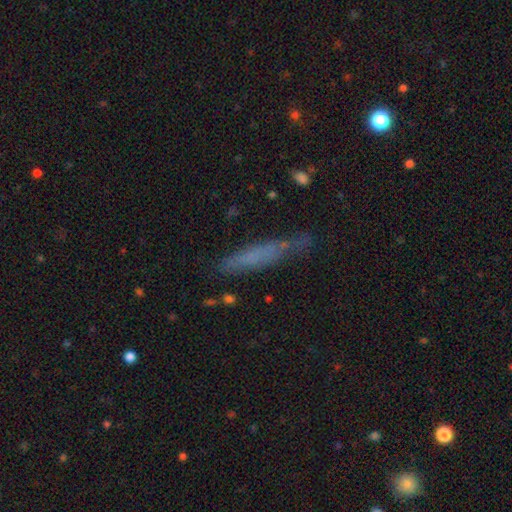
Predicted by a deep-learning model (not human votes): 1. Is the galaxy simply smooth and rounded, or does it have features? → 56% smooth, 32% featured or disk, 11% star or artifact.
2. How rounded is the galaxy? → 91% cigar-shaped, 7% in between, 2% round.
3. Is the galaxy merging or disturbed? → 70% none, 21% minor disturbance, 6% major disturbance, 3% merger.